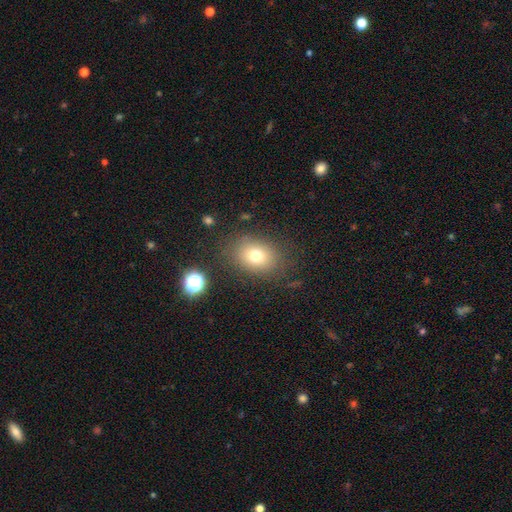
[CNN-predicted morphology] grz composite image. It shows a smooth galaxy with no disk features (74%) that is in between round and cigar-shaped (60%). Merging: none (79%).